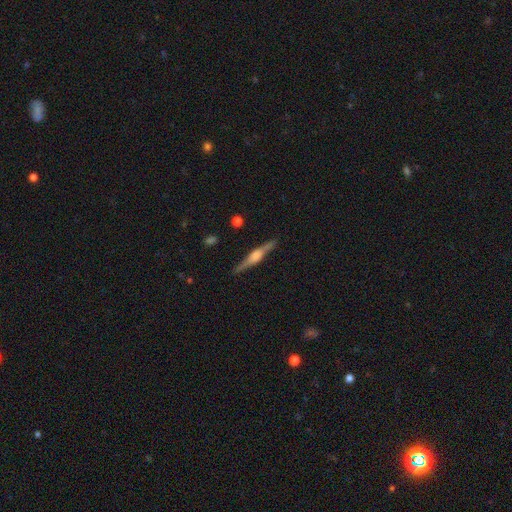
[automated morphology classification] featured or disk 77%, smooth 17%, star or artifact 6%. Down the decision tree: edge-on disk — yes (98%); edge-on bulge — rounded (72%); merging — none (88%).